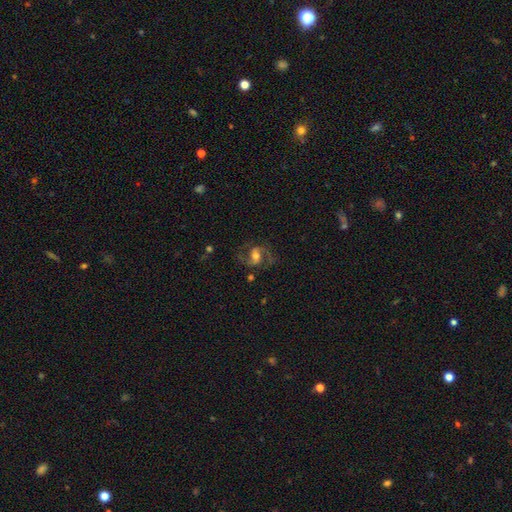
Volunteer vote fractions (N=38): Smooth or featured? featured or disk (89%)
Edge-on disk? no (100%)
Bar? weak (68%)
Spiral arms? yes (100%)
Spiral winding? medium (56%)
Spiral arm count? 2 (94%)
Bulge size? moderate (71%)
Merging? none (69%)